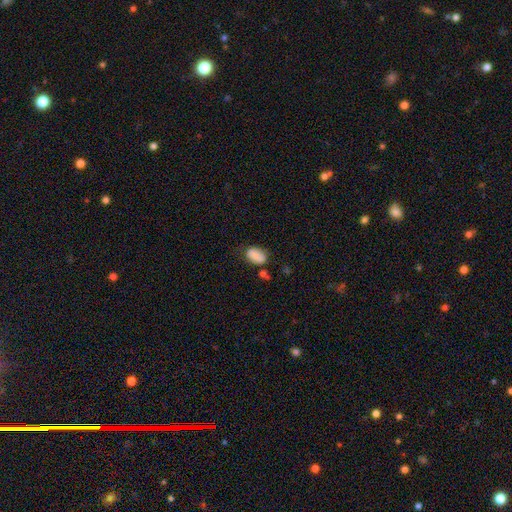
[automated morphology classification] smooth-or-featured: smooth: 83% | featured or disk: 8% | star or artifact: 8%
  how-rounded: in between: 88% | round: 11% | cigar-shaped: 1%
  merging: none: 59% | minor disturbance: 25% | merger: 9% | major disturbance: 7%